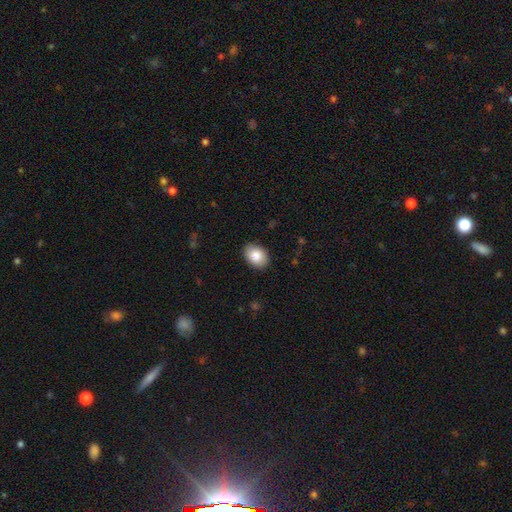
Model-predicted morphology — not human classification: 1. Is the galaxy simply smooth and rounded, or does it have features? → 86% smooth, 8% featured or disk, 7% star or artifact.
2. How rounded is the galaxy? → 79% in between, 20% round, 1% cigar-shaped.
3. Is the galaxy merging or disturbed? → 88% none, 9% minor disturbance, 2% major disturbance, 1% merger.